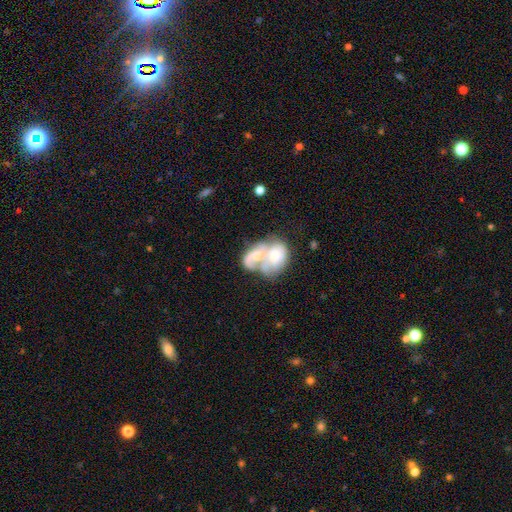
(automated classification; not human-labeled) Morphology: type=featured or disk (49%); merging=merger (79%).